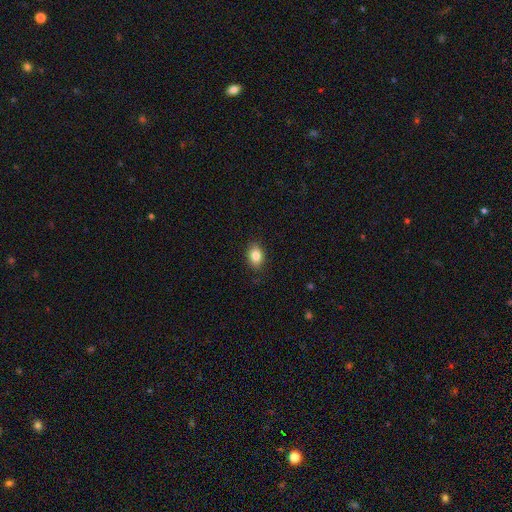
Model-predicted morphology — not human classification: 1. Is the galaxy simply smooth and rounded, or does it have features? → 85% smooth, 8% star or artifact, 7% featured or disk.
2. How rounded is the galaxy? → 79% in between, 20% round, 1% cigar-shaped.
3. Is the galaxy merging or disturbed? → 86% none, 11% minor disturbance, 2% major disturbance, 1% merger.